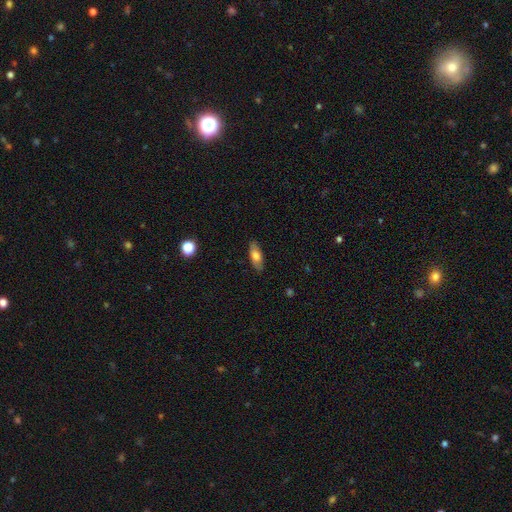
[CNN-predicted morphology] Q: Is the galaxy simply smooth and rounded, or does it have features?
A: smooth — 69%.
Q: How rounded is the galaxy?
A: in between — 72%.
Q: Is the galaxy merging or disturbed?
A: none — 86%.